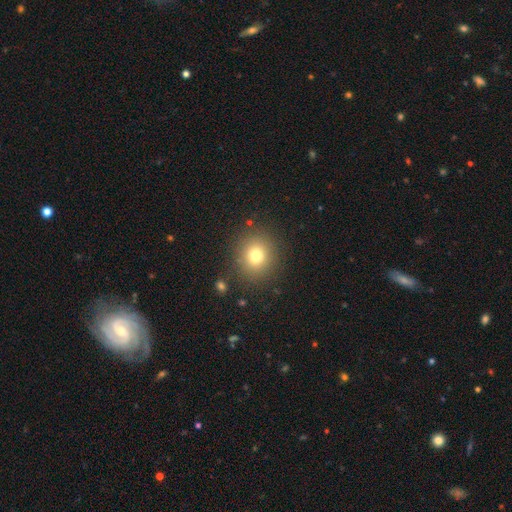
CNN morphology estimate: A smooth galaxy with no disk features (75%) that is round (85%). Merging: none (87%).